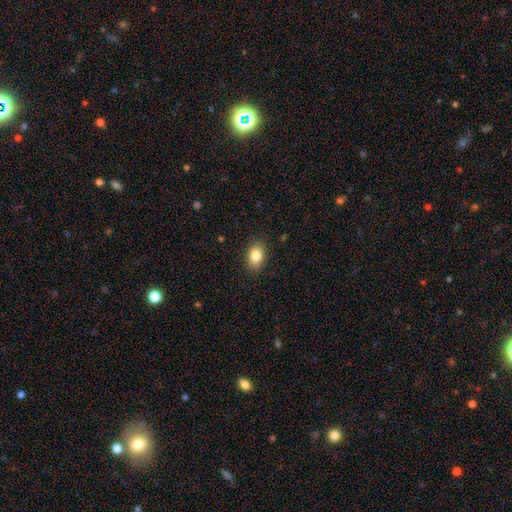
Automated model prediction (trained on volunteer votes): smooth_or_featured: smooth (p=0.85) [alt: star or artifact p=0.08]
how_rounded: in between (p=0.86) [alt: round p=0.12]
merging: none (p=0.87) [alt: minor disturbance p=0.10]